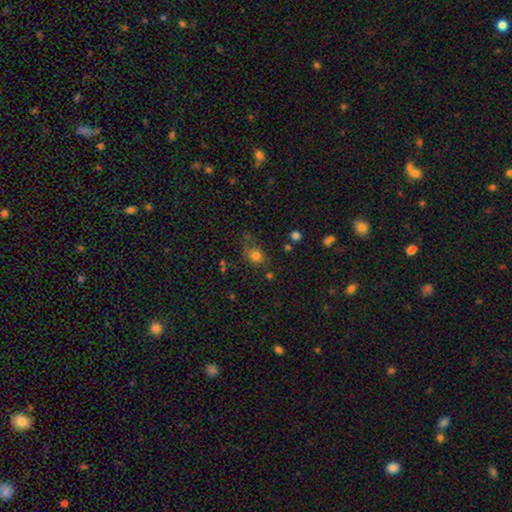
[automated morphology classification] Smooth or featured? smooth (77%)
How rounded? round (58%)
Merging? none (66%)